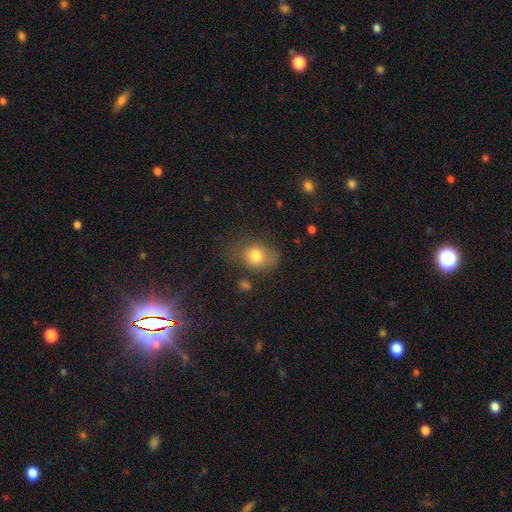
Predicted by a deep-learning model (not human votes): smooth_or_featured: smooth (p=0.78) [alt: featured or disk p=0.12]
how_rounded: in between (p=0.59) [alt: round p=0.40]
merging: none (p=0.52) [alt: minor disturbance p=0.28]